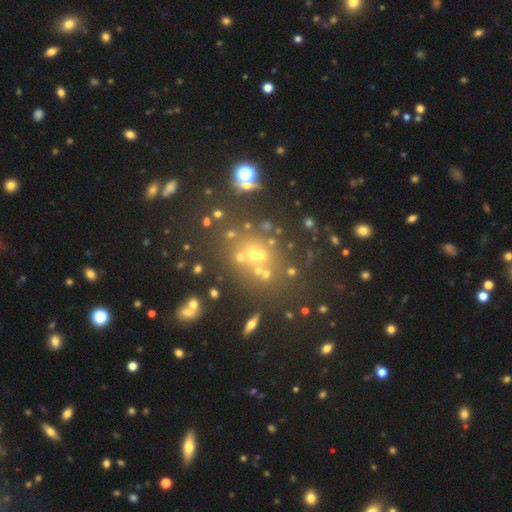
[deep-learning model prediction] A star or artifact, not a galaxy (40%).

Vote fractions:
- Smooth or featured? star or artifact: 40% / smooth: 38% / featured or disk: 23%